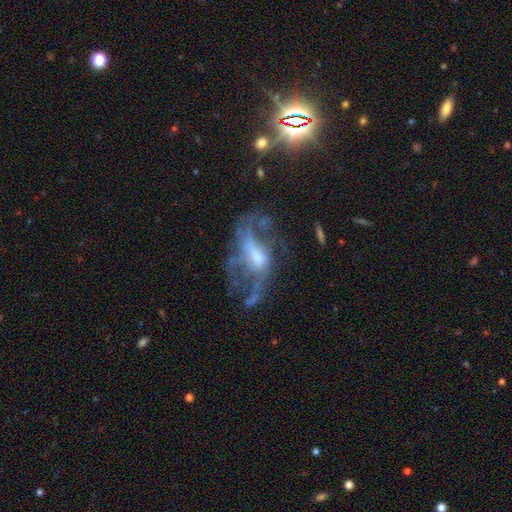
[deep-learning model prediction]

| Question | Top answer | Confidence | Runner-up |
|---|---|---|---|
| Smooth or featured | featured or disk | 71% | smooth (18%) |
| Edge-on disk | no | 94% | yes (6%) |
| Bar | no | 47% | weak (38%) |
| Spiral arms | yes | 54% | no (46%) |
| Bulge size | moderate | 43% | small (28%) |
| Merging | major disturbance | 42% | none (33%) |